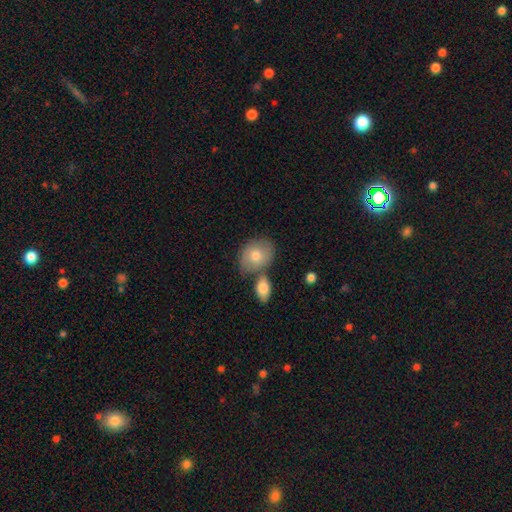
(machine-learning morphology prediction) Smooth or featured? smooth (70%)
How rounded? in between (62%)
Merging? none (54%)